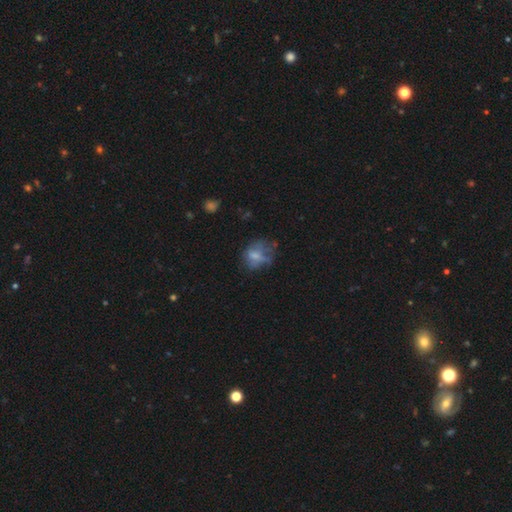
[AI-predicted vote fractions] A smooth galaxy with no disk features (51%) that is round (50%). Merging: none (43%).